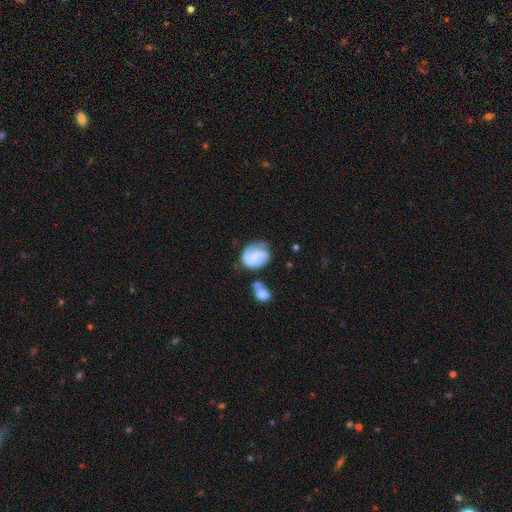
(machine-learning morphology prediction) Overall: featured or disk (66%; smooth 27%). Edge-on disk: no (98%). Bar: no (56%; weak 34%). Spiral arms: yes (86%). Spiral arm count: 2 (57%). Spiral winding: medium (41%; tight 35%). Bulge size: none (53%; small 28%). Merging: none (45%; minor disturbance 24%).